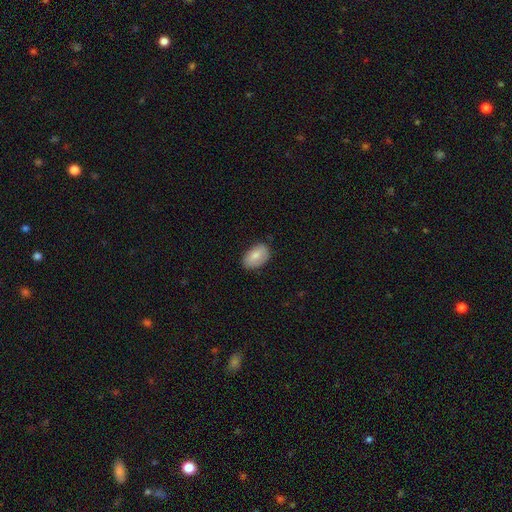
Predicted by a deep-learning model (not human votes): Smooth or featured? smooth (79%)
How rounded? in between (91%)
Merging? none (80%)